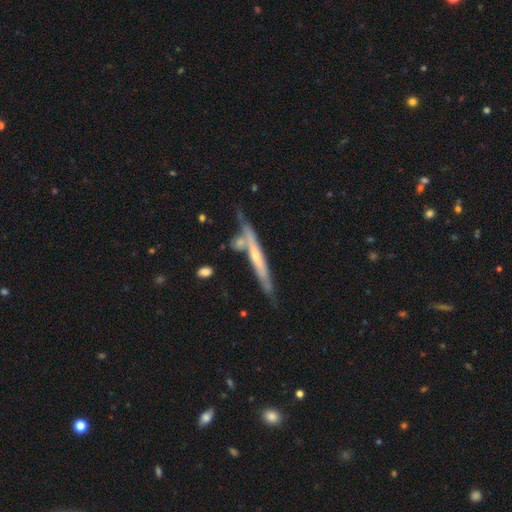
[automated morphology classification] Q: Smooth or featured?
A: featured or disk (66%); runner-up: smooth (28%)
Q: Edge-on disk?
A: yes (90%); runner-up: no (10%)
Q: Edge-on bulge?
A: rounded (47%); tied with: none (47%)
Q: Merging?
A: none (60%); runner-up: minor disturbance (20%)